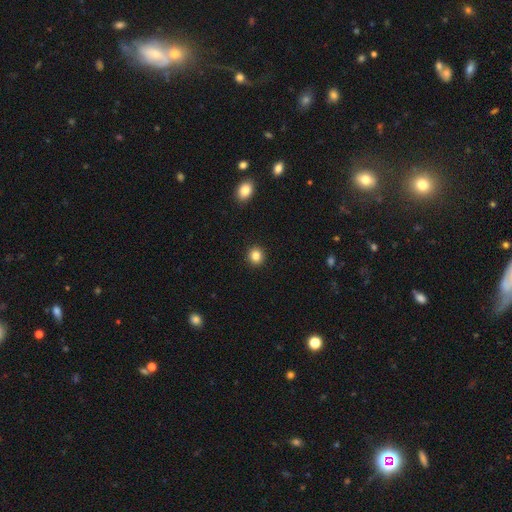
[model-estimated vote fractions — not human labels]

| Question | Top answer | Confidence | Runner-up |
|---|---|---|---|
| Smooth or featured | smooth | 84% | star or artifact (11%) |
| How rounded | round | 90% | in between (9%) |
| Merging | none | 93% | minor disturbance (5%) |